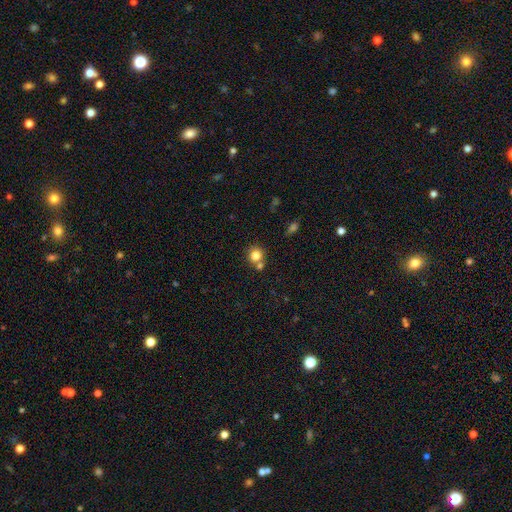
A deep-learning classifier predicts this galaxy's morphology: The model was most divided on "merging": none: 63%, merger: 25%, minor disturbance: 8%, major disturbance: 3%. More confident: how rounded — round (89%); smooth or featured — smooth (80%).